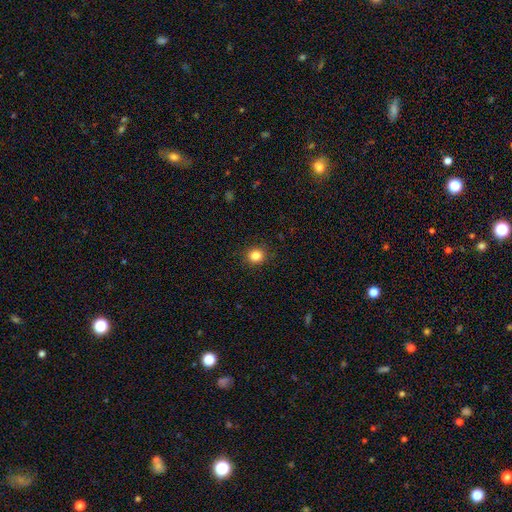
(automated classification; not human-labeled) A smooth galaxy with no disk features (84%) that is round (87%). Merging: none (91%).